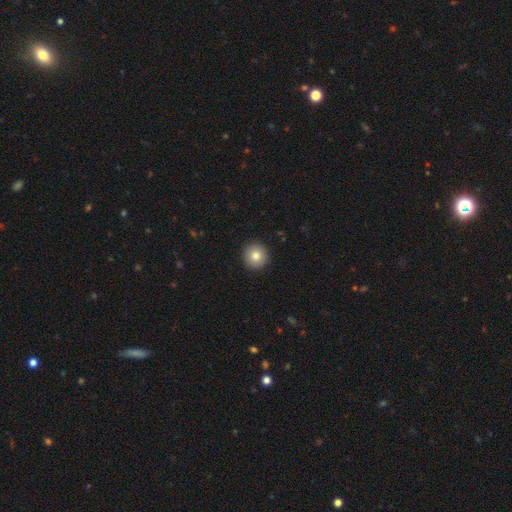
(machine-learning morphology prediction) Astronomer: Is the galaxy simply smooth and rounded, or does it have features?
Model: smooth — 82%.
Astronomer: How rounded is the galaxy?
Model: round — 94%.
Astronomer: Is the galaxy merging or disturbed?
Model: none — 93%.